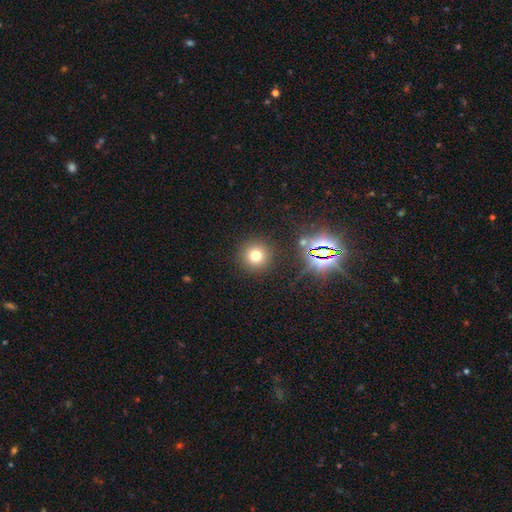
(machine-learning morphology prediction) smooth 71%, star or artifact 21%, featured or disk 8%. Down the decision tree: how rounded — round (95%); merging — none (89%).